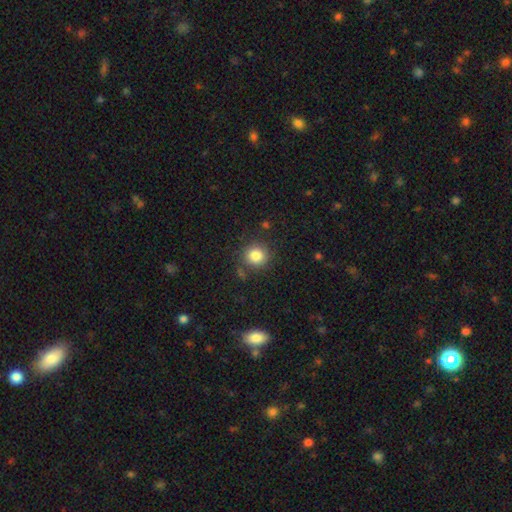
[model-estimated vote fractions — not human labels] Smooth or featured: smooth — 83% (star or artifact — 11%)
How rounded: round — 91% (in between — 8%)
Merging: none — 83% (minor disturbance — 10%)